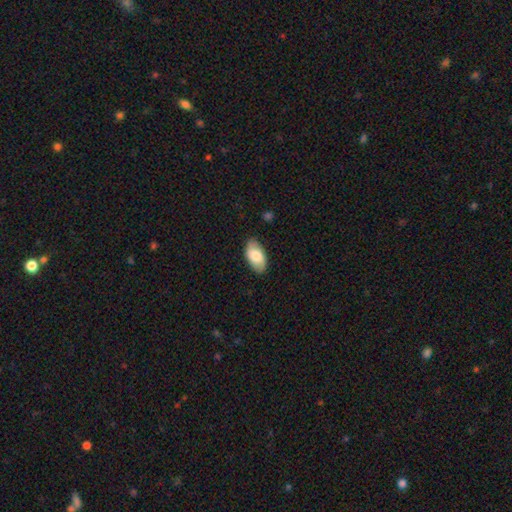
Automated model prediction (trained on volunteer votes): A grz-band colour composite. It shows a smooth galaxy with no disk features (78%) that is in between round and cigar-shaped (95%). Merging: none (83%).